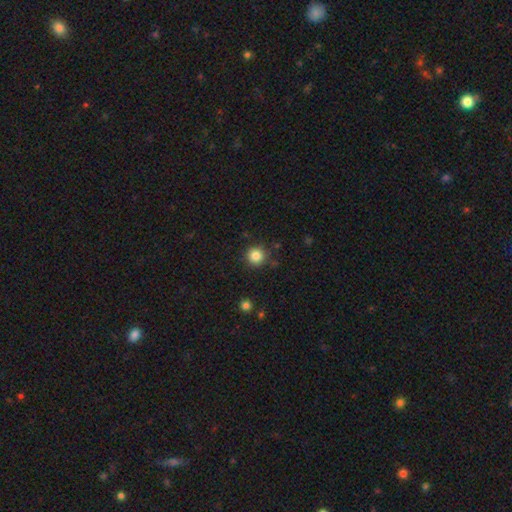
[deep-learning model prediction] This is clearly a smooth galaxy (84%). How rounded: clearly round (94%). Merging: clearly none (87%).